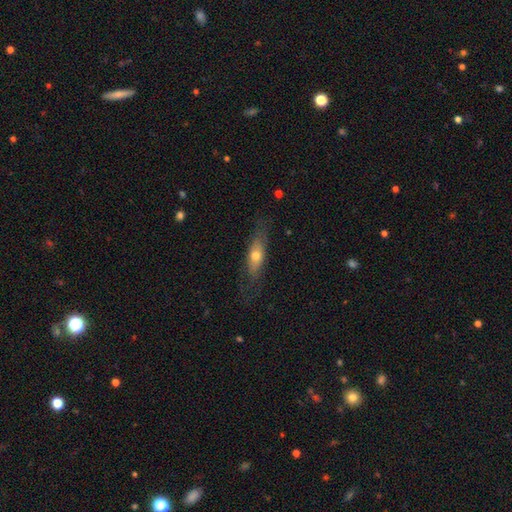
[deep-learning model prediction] The model was most divided on "how rounded": in between: 50%, cigar-shaped: 46%, round: 4%. More confident: merging — none (69%); smooth or featured — smooth (52%).